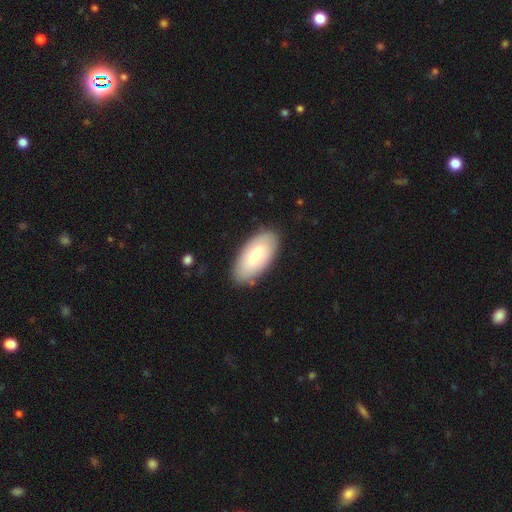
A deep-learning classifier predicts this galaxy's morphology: A smooth galaxy with no disk features (67%) that is in between round and cigar-shaped (94%). Merging: none (85%).